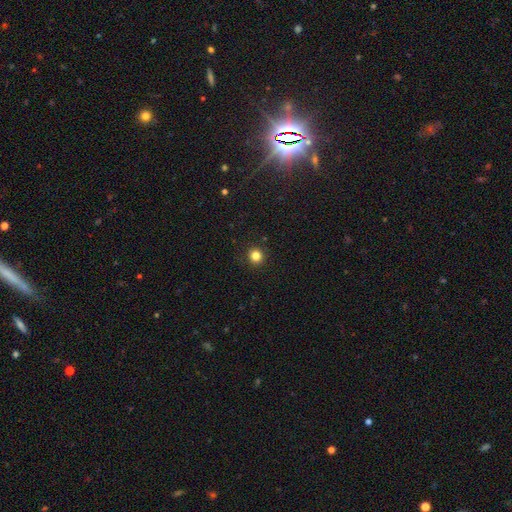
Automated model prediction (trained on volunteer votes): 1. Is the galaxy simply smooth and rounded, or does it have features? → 83% smooth, 13% star or artifact, 5% featured or disk.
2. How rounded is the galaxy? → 91% round, 8% in between, 1% cigar-shaped.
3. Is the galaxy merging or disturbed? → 92% none, 5% minor disturbance, 2% major disturbance, 1% merger.